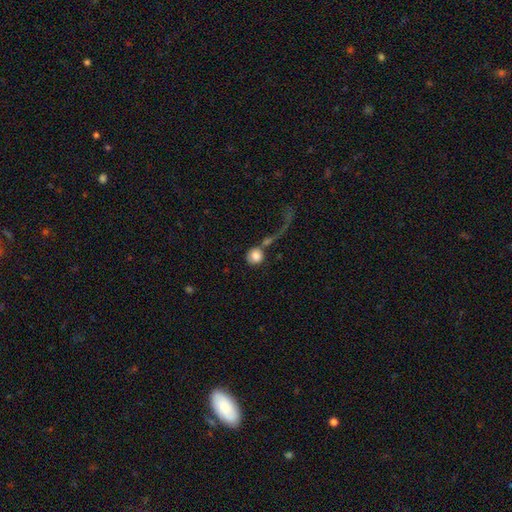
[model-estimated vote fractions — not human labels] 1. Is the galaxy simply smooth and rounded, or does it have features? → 80% smooth, 13% featured or disk, 7% star or artifact.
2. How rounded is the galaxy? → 91% round, 8% in between, 1% cigar-shaped.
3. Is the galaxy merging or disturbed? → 45% none, 29% merger, 16% major disturbance, 9% minor disturbance.